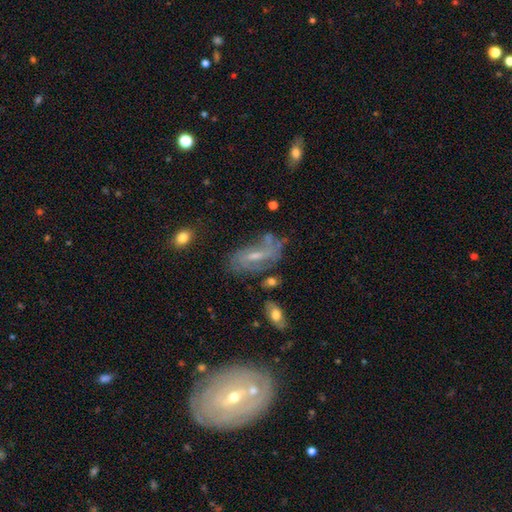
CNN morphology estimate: Overall: featured or disk (68%). Edge-on disk: no (89%). Bar: weak (51%; no 26%). Spiral arms: yes (76%). Bulge size: small (51%; moderate 35%). Merging: none (56%; minor disturbance 23%).